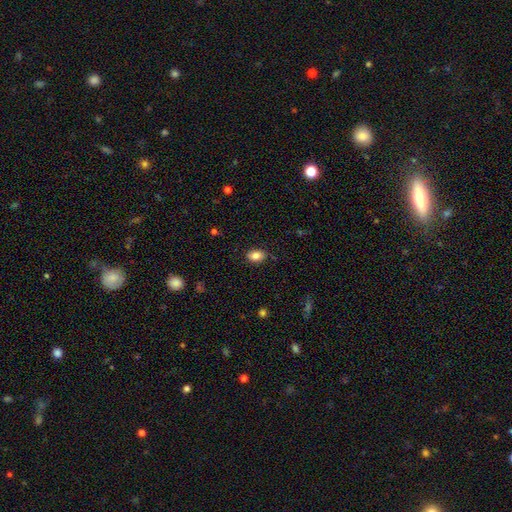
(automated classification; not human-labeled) Q: Smooth or featured?
A: smooth (85%); runner-up: star or artifact (8%)
Q: How rounded?
A: in between (83%); runner-up: round (15%)
Q: Merging?
A: none (85%); runner-up: minor disturbance (12%)